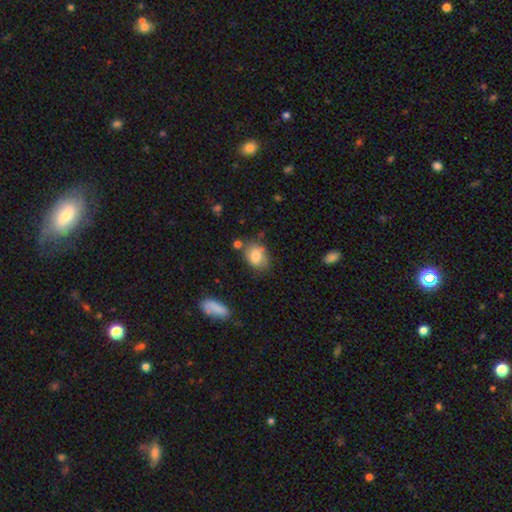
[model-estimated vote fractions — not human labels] A smooth galaxy with no disk features (75%) that is in between round and cigar-shaped (65%).

Vote fractions:
- Smooth or featured? smooth: 75% / featured or disk: 16% / star or artifact: 9%
- How rounded? in between: 65% / round: 33% / cigar-shaped: 1%
- Merging? none: 59% / minor disturbance: 26% / major disturbance: 8% / merger: 7%